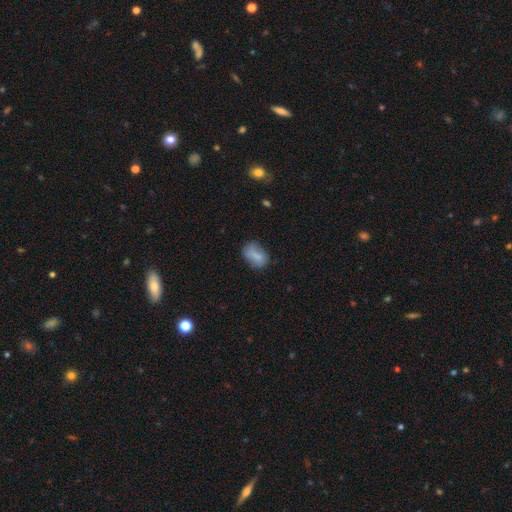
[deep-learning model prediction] This is likely a smooth galaxy (76%). How rounded: clearly in between (81%). Merging: likely none (62%).